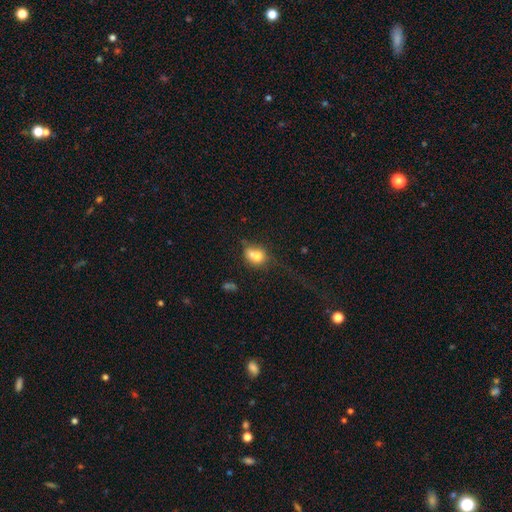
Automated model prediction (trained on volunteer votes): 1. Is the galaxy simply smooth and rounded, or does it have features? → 68% smooth, 21% featured or disk, 11% star or artifact.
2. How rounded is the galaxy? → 53% round, 45% in between, 2% cigar-shaped.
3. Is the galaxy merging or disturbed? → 51% merger, 27% none, 12% minor disturbance, 10% major disturbance.